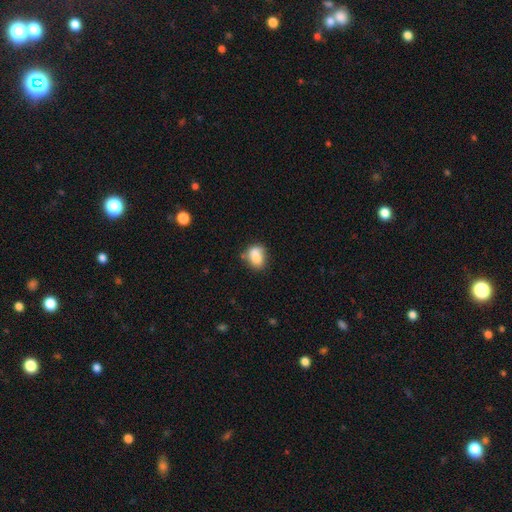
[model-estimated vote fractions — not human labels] Morphology: type=smooth (80%); roundness=in between (65%); merging=none (54%).